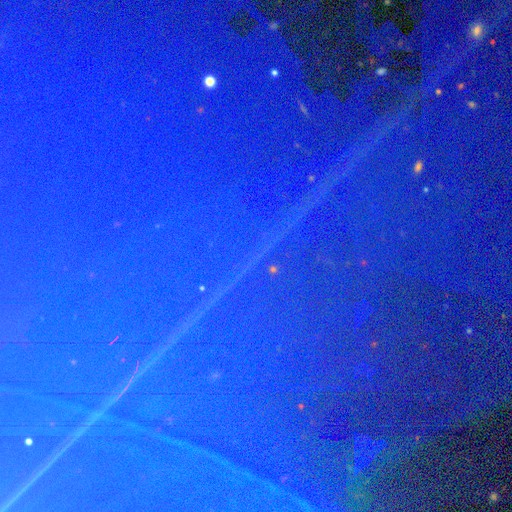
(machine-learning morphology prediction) The model was most divided on "smooth or featured": star or artifact: 88%, featured or disk: 7%, smooth: 5%.